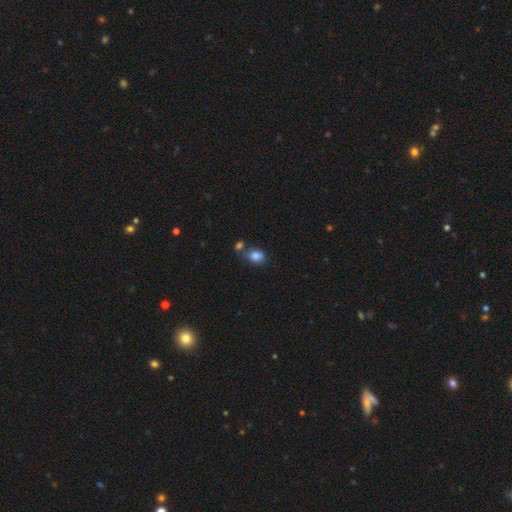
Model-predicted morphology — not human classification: smooth 82%, star or artifact 9%, featured or disk 8%. Down the decision tree: how rounded — in between (61%); merging — none (46%).